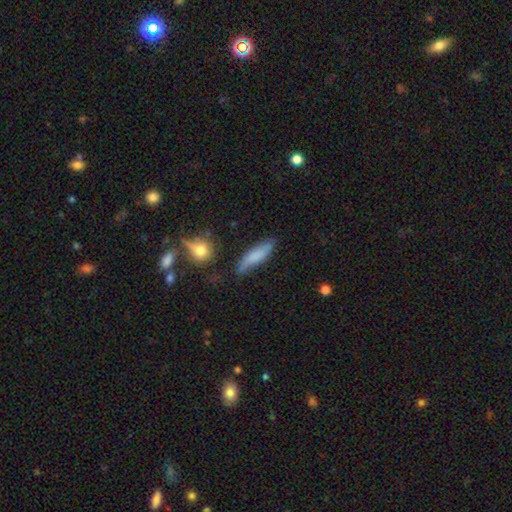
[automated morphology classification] The model was most divided on "how rounded": cigar-shaped: 64%, in between: 33%, round: 3%. More confident: smooth or featured — smooth (72%); merging — none (68%).